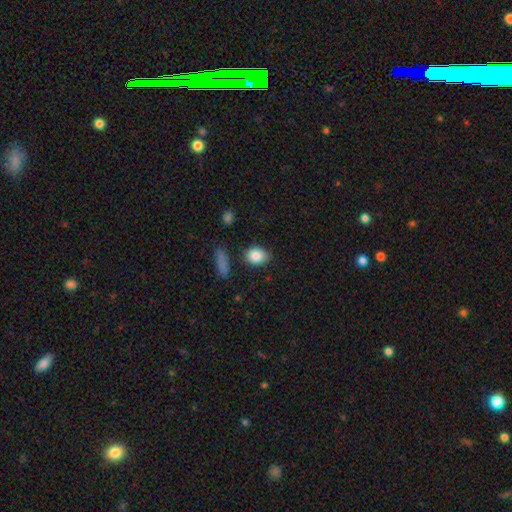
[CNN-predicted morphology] The model was most divided on "how rounded": in between: 53%, round: 45%, cigar-shaped: 2%. More confident: smooth or featured — smooth (86%); merging — none (79%).